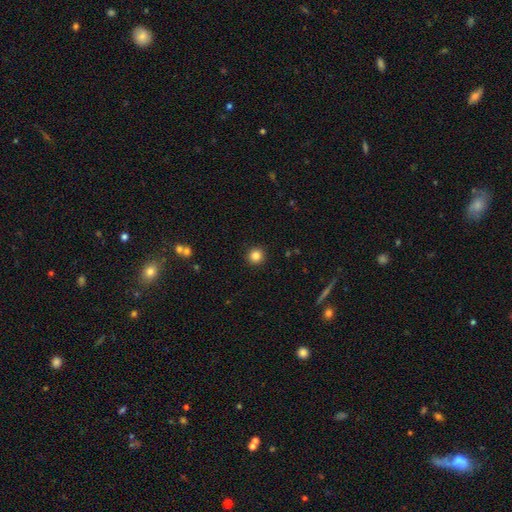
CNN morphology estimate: A smooth galaxy with no disk features (84%) that is round (95%). Merging: none (93%).